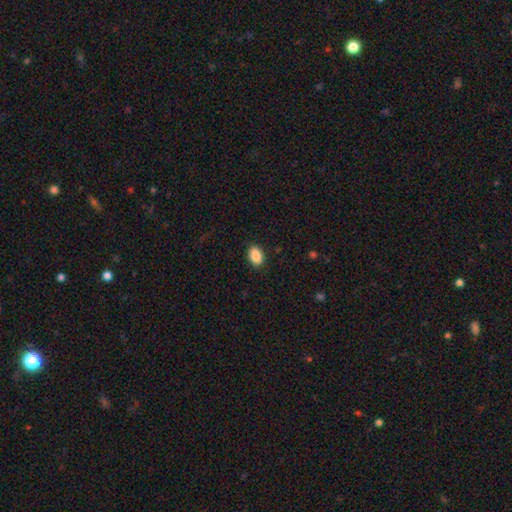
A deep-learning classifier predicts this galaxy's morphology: Smooth or featured?
  - smooth: 89% *
  - star or artifact: 7%
  - featured or disk: 4%
How rounded?
  - in between: 88% *
  - round: 11%
  - cigar-shaped: 1%
Merging?
  - none: 89% *
  - minor disturbance: 8%
  - major disturbance: 2%
  - merger: 1%